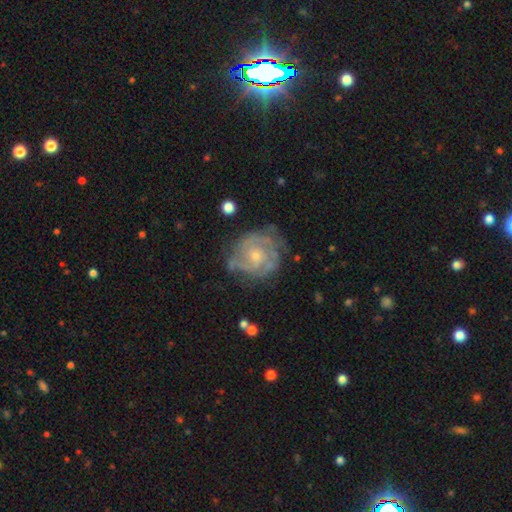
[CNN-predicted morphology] smooth-or-featured: featured or disk: 83% | smooth: 12% | star or artifact: 6%
  disk-edge-on: no: 98% | yes: 2%
    bar: no: 73% | weak: 23% | strong: 4%
    has-spiral-arms: yes: 92% | no: 8%
      spiral-winding: tight: 61% | medium: 31% | loose: 7%
      spiral-arm-count: 2: 36% | can't tell: 29% | 3: 21% | 4: 6% | 1: 4% | more than 4: 4%
    bulge-size: small: 62% | moderate: 33% | none: 3% | large: 1% | dominant: 1%
  merging: none: 65% | minor disturbance: 23% | major disturbance: 10% | merger: 2%